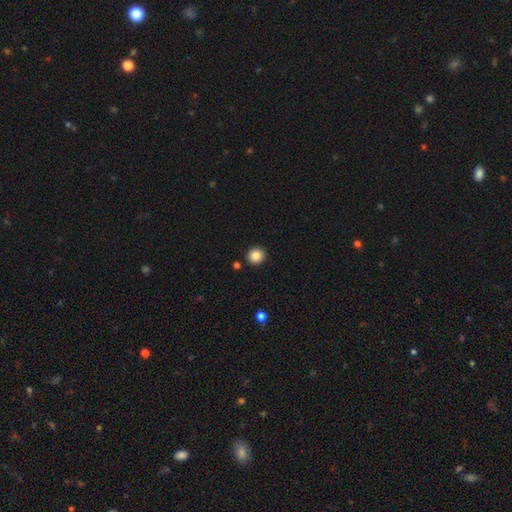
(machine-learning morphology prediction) A smooth galaxy with no disk features (87%) that is round (91%).

Vote fractions:
- Smooth or featured? smooth: 87% / star or artifact: 10% / featured or disk: 3%
- How rounded? round: 91% / in between: 8% / cigar-shaped: 1%
- Merging? none: 90% / minor disturbance: 6% / merger: 2% / major disturbance: 2%